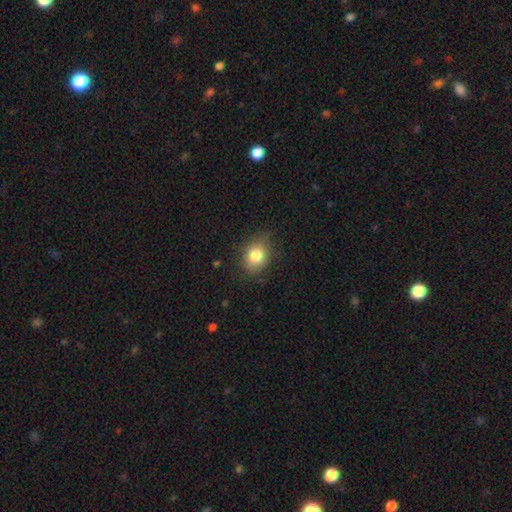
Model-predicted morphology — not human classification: Smooth or featured? smooth (81%)
How rounded? in between (52%)
Merging? none (78%)